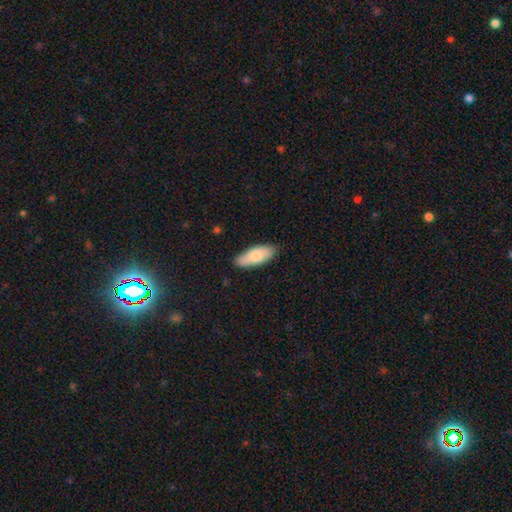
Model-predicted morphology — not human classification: Smooth or featured: smooth — 78% (featured or disk — 16%)
How rounded: in between — 76% (cigar-shaped — 22%)
Merging: none — 84% (minor disturbance — 13%)